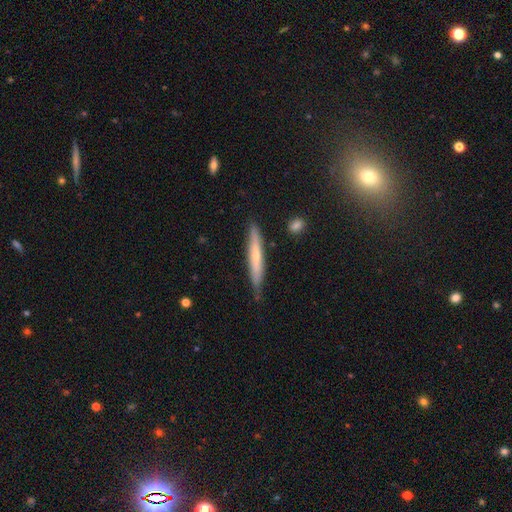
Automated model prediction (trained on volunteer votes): A featured or disk galaxy (50%) viewed edge-on (90%). Merging: none (78%).